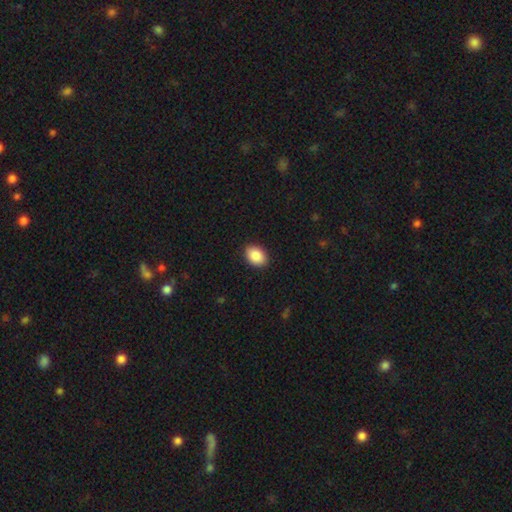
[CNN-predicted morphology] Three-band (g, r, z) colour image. It shows a smooth galaxy with no disk features (89%) that is in between round and cigar-shaped (78%). Merging: none (90%).